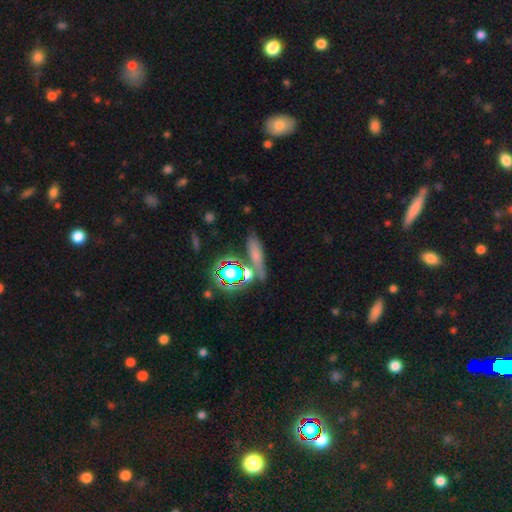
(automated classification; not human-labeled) Smooth or featured? smooth (52%)
How rounded? cigar-shaped (53%)
Merging? none (62%)